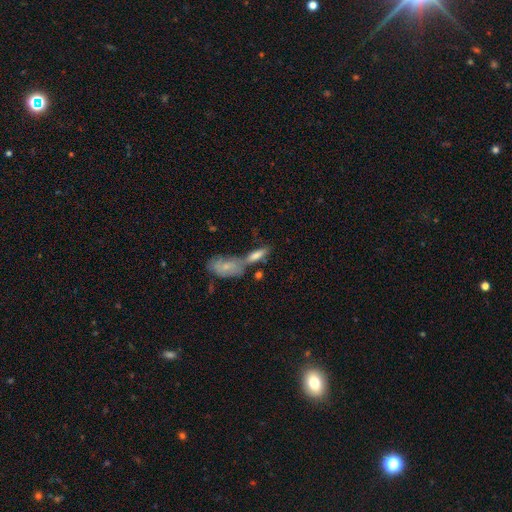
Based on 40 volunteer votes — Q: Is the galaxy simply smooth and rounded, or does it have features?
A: smooth — 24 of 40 (60%).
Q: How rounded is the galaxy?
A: in between — 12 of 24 (50%).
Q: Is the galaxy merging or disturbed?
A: merger — 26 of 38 (68%).